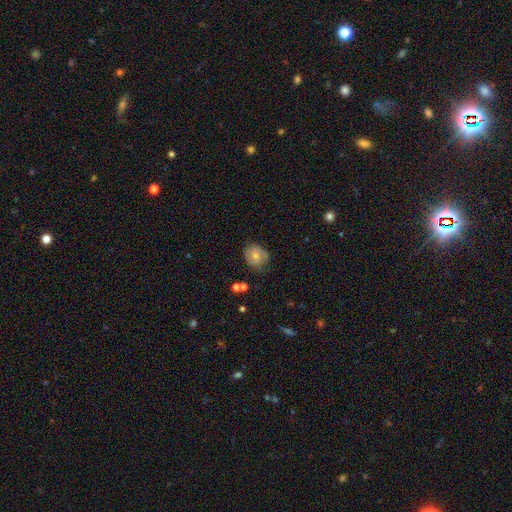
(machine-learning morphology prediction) A smooth galaxy with no disk features (49%). Merging: none (70%).